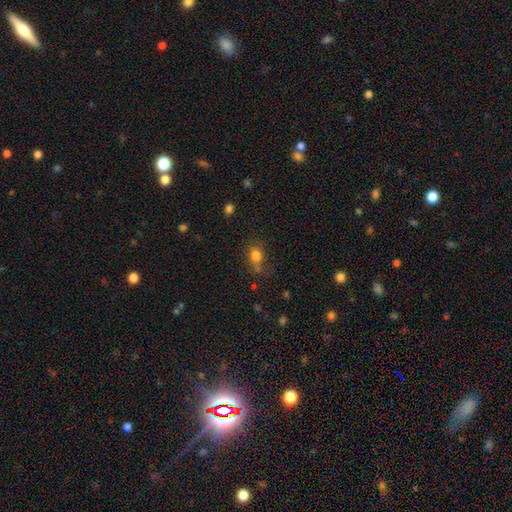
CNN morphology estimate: A smooth galaxy with no disk features (79%) that is in between round and cigar-shaped (56%). Merging: none (57%).